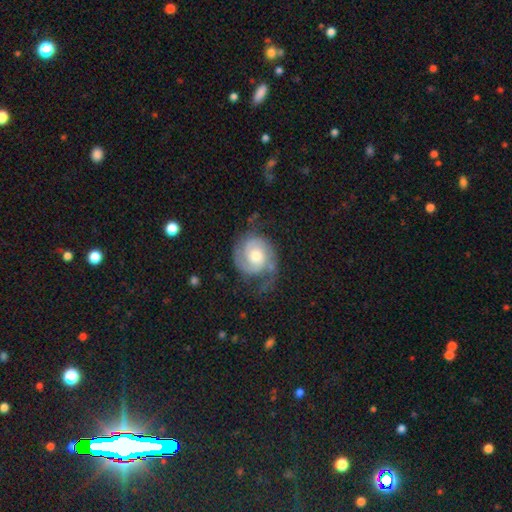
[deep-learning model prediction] A featured or disk galaxy (84%) with no bar (67%), 2 (80%) tight (53%) spiral arms (96%) and a moderate central bulge (66%).

Vote fractions:
- Smooth or featured? featured or disk: 84% / smooth: 11% / star or artifact: 5%
- Edge-on disk? no: 98% / yes: 2%
- Bar? no: 67% / weak: 28% / strong: 5%
- Spiral arms? yes: 96% / no: 4%
- Spiral winding? tight: 53% / medium: 37% / loose: 10%
- Spiral arm count? 2: 80% / can't tell: 7% / 1: 6% / 3: 4% / 4: 1% / more than 4: 1%
- Bulge size? moderate: 66% / small: 23% / large: 9% / none: 2% / dominant: 1%
- Merging? none: 60% / minor disturbance: 23% / major disturbance: 14% / merger: 2%